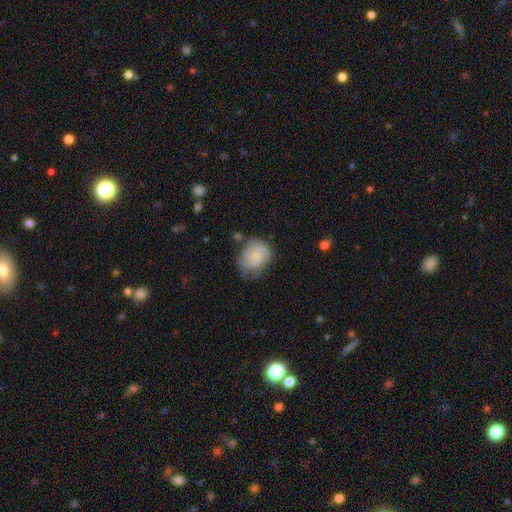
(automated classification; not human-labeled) smooth_or_featured: smooth (p=0.54) [alt: featured or disk p=0.38]
how_rounded: round (p=0.57) [alt: in between p=0.42]
merging: none (p=0.49) [alt: minor disturbance p=0.32]